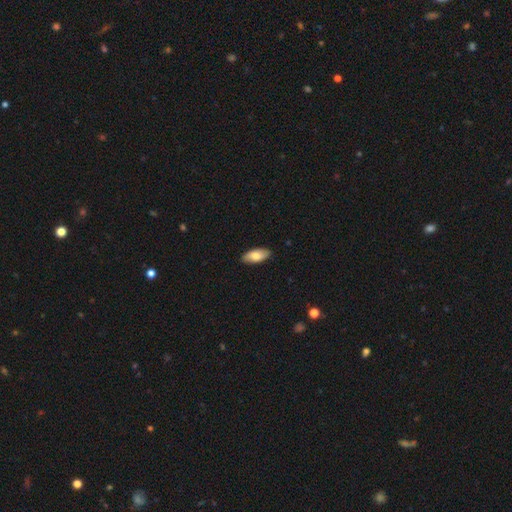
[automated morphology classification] A smooth galaxy with no disk features (76%) that is in between round and cigar-shaped (87%). Merging: none (89%).